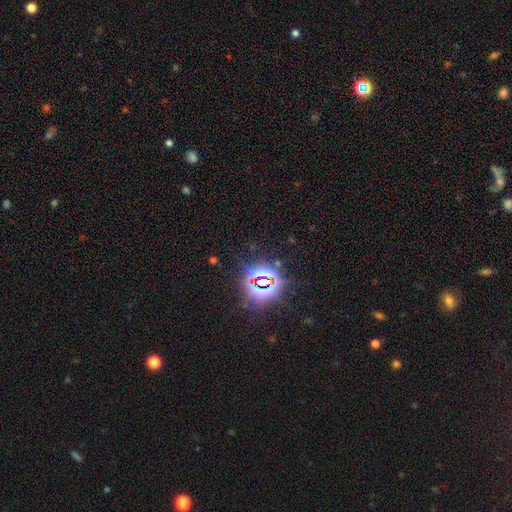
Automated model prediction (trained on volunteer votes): Overall: star or artifact (83%).